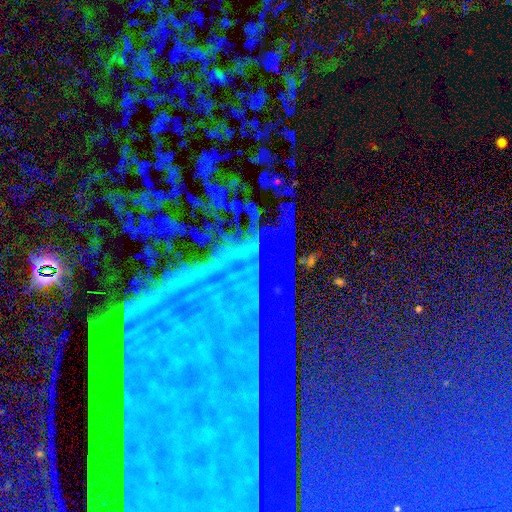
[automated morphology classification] A star or artifact, not a galaxy (74%).

Vote fractions:
- Smooth or featured? star or artifact: 74% / featured or disk: 16% / smooth: 11%